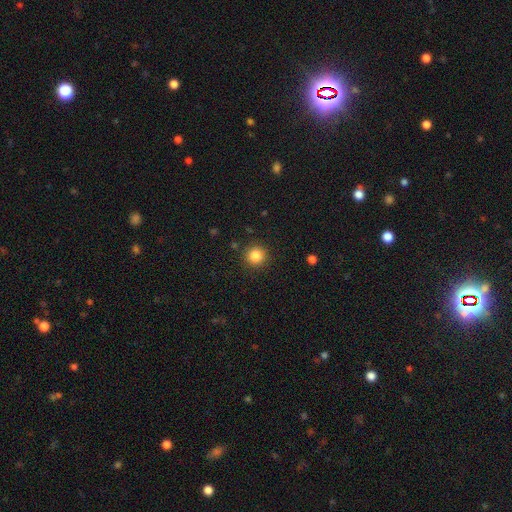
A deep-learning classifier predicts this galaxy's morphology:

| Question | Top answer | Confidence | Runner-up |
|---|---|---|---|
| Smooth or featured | smooth | 85% | star or artifact (11%) |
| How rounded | round | 94% | in between (5%) |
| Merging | none | 90% | minor disturbance (6%) |